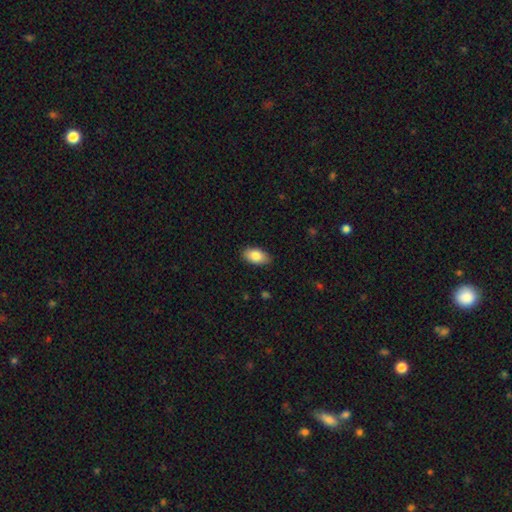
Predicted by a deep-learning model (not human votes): The model was most divided on "merging": none: 85%, minor disturbance: 12%, major disturbance: 2%, merger: 1%. More confident: how rounded — in between (93%); smooth or featured — smooth (84%).